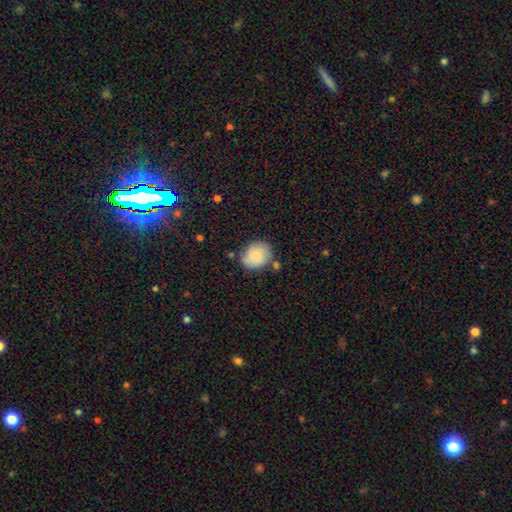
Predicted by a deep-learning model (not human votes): A smooth galaxy with no disk features (76%) that is round (59%).

Vote fractions:
- Smooth or featured? smooth: 76% / featured or disk: 16% / star or artifact: 8%
- How rounded? round: 59% / in between: 40% / cigar-shaped: 1%
- Merging? none: 69% / minor disturbance: 20% / merger: 7% / major disturbance: 4%